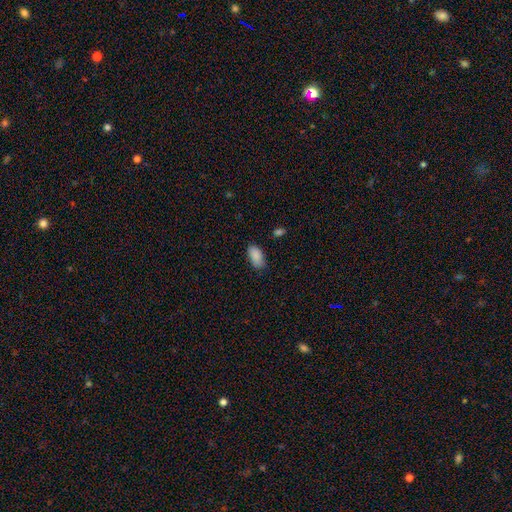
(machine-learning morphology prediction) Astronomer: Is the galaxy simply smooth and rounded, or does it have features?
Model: smooth — 89%.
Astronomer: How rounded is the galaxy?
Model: in between — 93%.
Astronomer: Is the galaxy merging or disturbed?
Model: none — 77%.